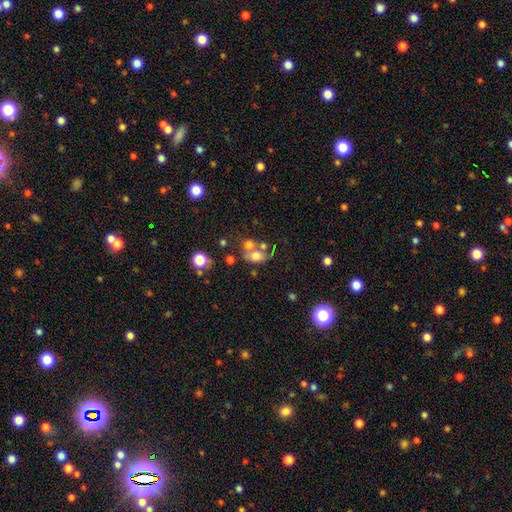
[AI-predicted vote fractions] Overall: smooth (65%). How rounded: in between (65%; round 33%). Merging: merger (45%; none 32%).